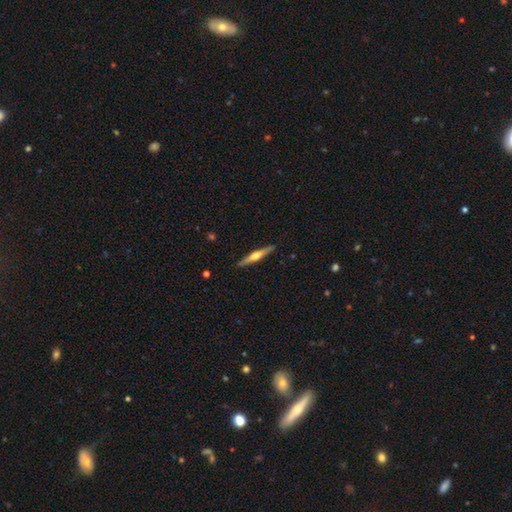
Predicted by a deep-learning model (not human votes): Q: Smooth or featured?
A: featured or disk (68%); runner-up: smooth (27%)
Q: Edge-on disk?
A: yes (98%); runner-up: no (2%)
Q: Edge-on bulge?
A: rounded (93%); runner-up: none (4%)
Q: Merging?
A: none (91%); runner-up: minor disturbance (7%)